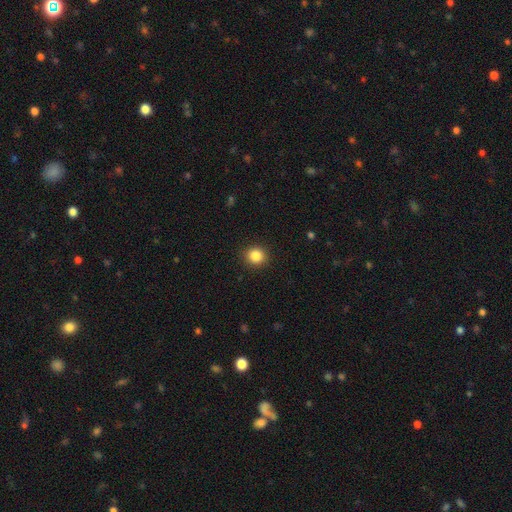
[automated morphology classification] Smooth or featured? smooth (86%)
How rounded? round (90%)
Merging? none (91%)